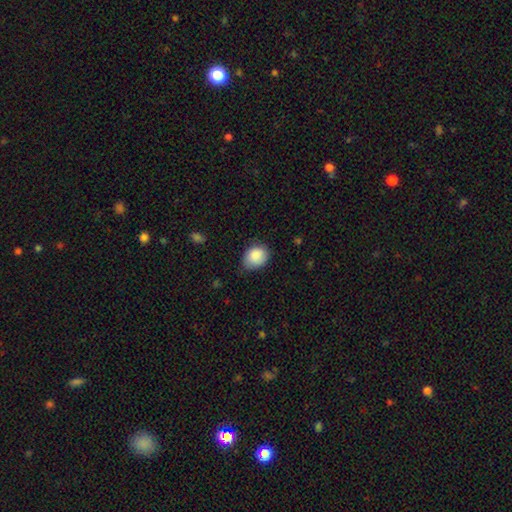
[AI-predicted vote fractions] smooth-or-featured: smooth: 87% | star or artifact: 7% | featured or disk: 6%
  how-rounded: in between: 55% | round: 44% | cigar-shaped: 1%
  merging: none: 66% | minor disturbance: 28% | major disturbance: 5% | merger: 1%